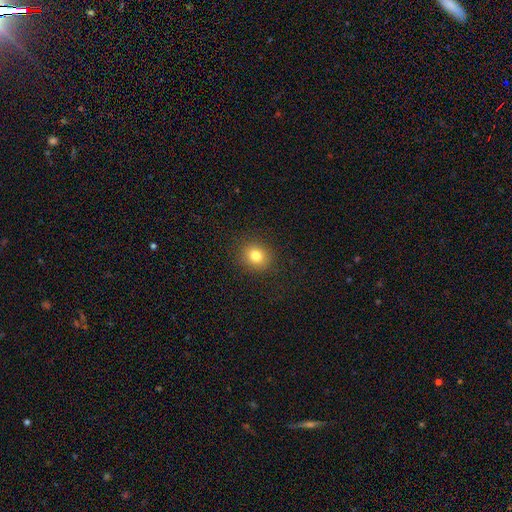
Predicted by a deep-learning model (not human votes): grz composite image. It shows a smooth galaxy with no disk features (80%) that is round (76%). Merging: none (89%).